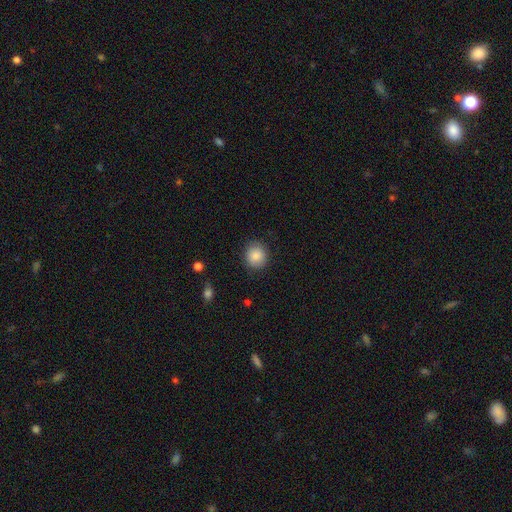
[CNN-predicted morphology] Smooth or featured? smooth (88%)
How rounded? round (83%)
Merging? none (87%)